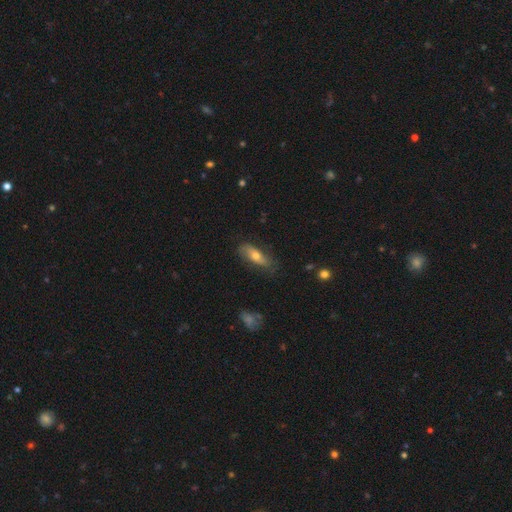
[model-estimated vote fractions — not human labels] Smooth or featured? Predicted: smooth (p=0.57). How rounded? Predicted: in between (p=0.63). Merging? Predicted: none (p=0.70).